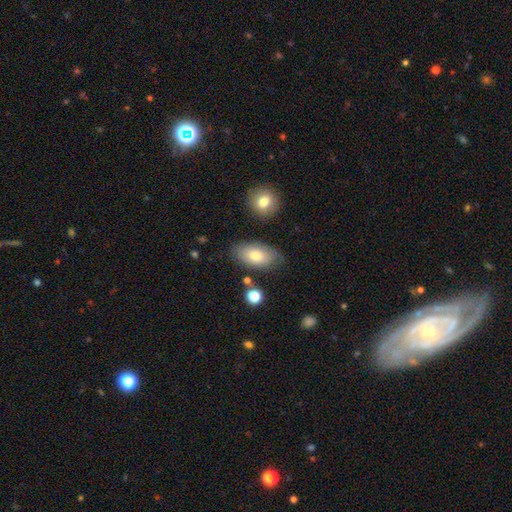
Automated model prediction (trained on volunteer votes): This is likely a smooth galaxy (77%). How rounded: clearly in between (92%). Merging: likely none (75%).